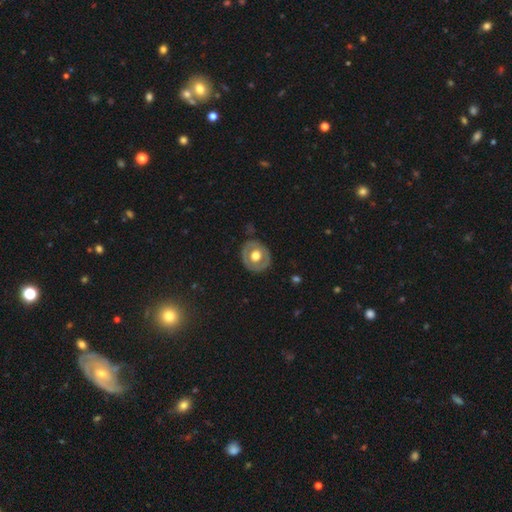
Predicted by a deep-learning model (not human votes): This appears to be a featured or disk galaxy (50%). Merging: none (82%).